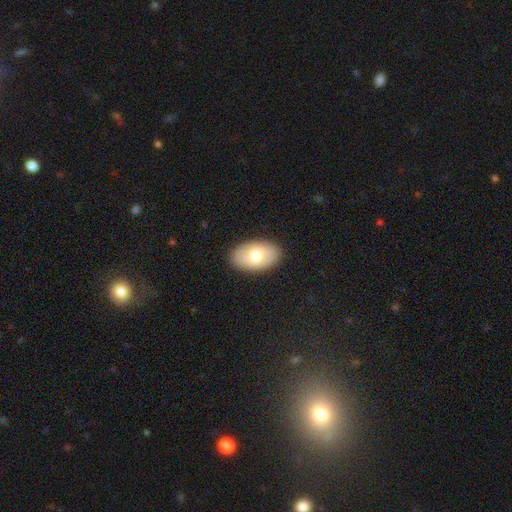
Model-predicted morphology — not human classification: smooth 75%, featured or disk 19%, star or artifact 6%. Down the decision tree: how rounded — in between (93%); merging — none (89%).